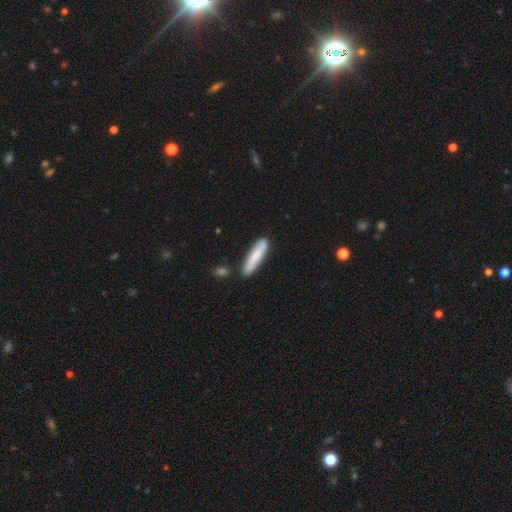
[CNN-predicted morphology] This appears to be a smooth galaxy with no disk features (74%) that is cigar-shaped (84%). Merging: none (76%).